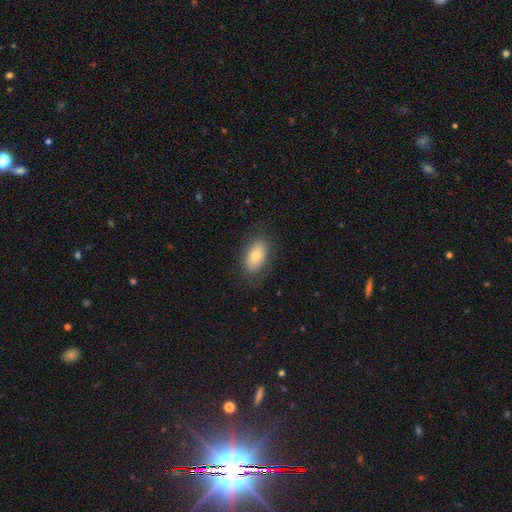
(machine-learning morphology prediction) smooth-or-featured: smooth: 76% | featured or disk: 16% | star or artifact: 8%
  how-rounded: in between: 91% | round: 7% | cigar-shaped: 2%
  merging: none: 80% | minor disturbance: 14% | major disturbance: 5% | merger: 1%